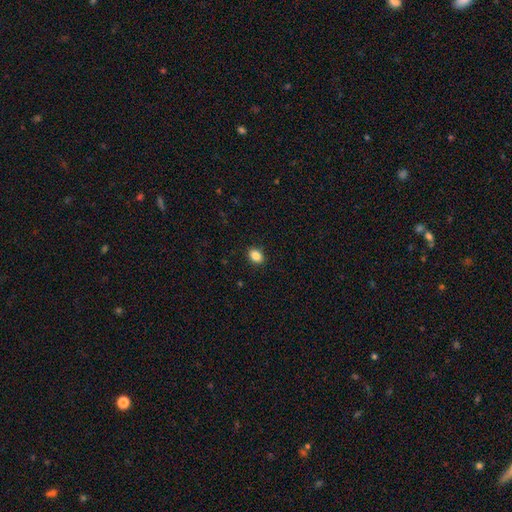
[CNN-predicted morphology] Smooth or featured: smooth — 87% (star or artifact — 9%)
How rounded: in between — 68% (round — 31%)
Merging: none — 90% (minor disturbance — 7%)